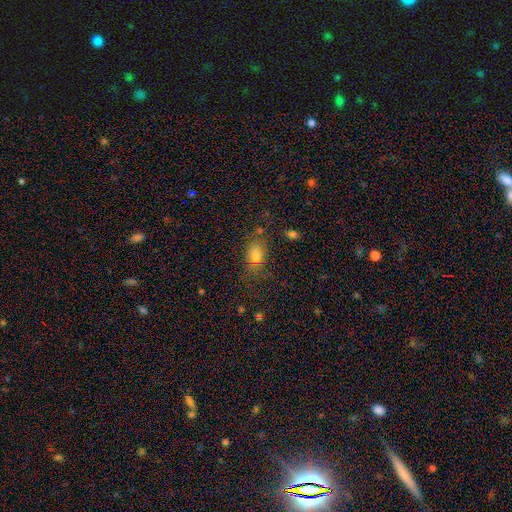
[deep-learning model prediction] This appears to be a smooth galaxy with no disk features (76%) that is in between round and cigar-shaped (76%). Merging: none (70%).